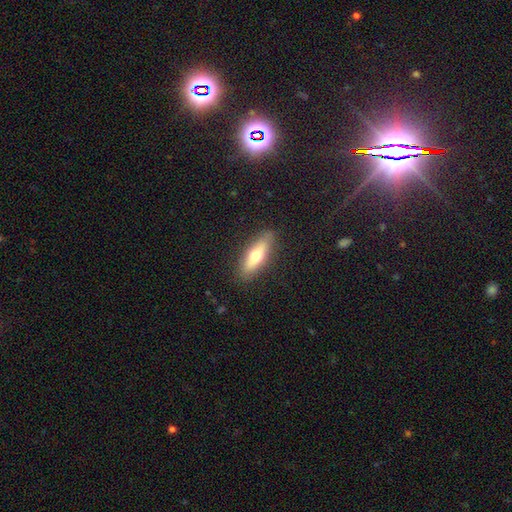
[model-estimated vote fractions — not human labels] Smooth or featured: smooth — 60% (featured or disk — 34%)
How rounded: cigar-shaped — 56% (in between — 42%)
Merging: none — 87% (minor disturbance — 9%)